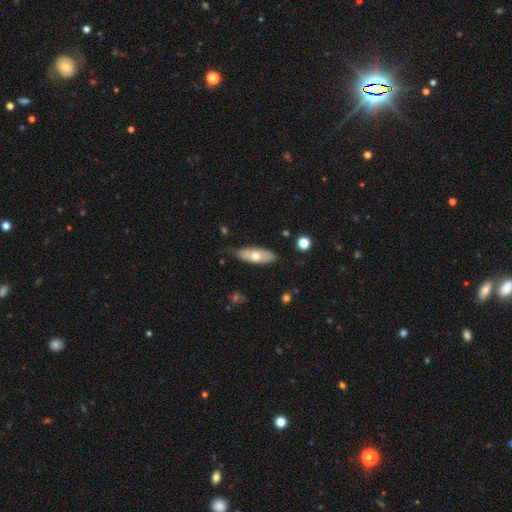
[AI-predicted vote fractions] A smooth galaxy with no disk features (53%) that is in between round and cigar-shaped (75%).

Vote fractions:
- Smooth or featured? smooth: 53% / featured or disk: 41% / star or artifact: 5%
- How rounded? in between: 75% / cigar-shaped: 23% / round: 3%
- Merging? none: 74% / minor disturbance: 20% / major disturbance: 4% / merger: 2%